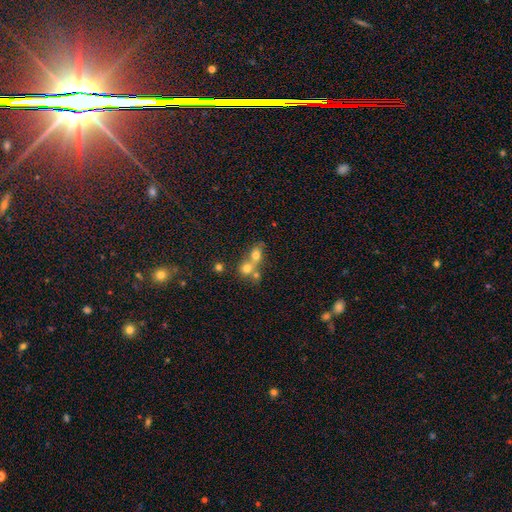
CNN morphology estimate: smooth-or-featured: star or artifact: 56% | smooth: 28% | featured or disk: 16%